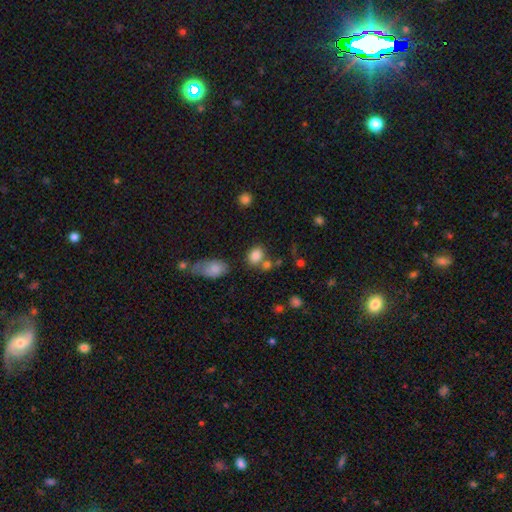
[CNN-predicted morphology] type=smooth (82%); roundness=in between (58%); merging=none (59%).